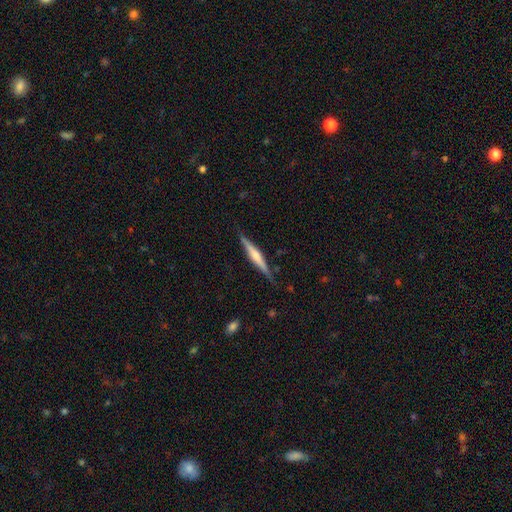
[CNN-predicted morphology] The model was most divided on "smooth or featured": featured or disk: 63%, smooth: 31%, star or artifact: 6%. More confident: edge-on disk — yes (97%); merging — none (83%); edge-on bulge — rounded (66%).